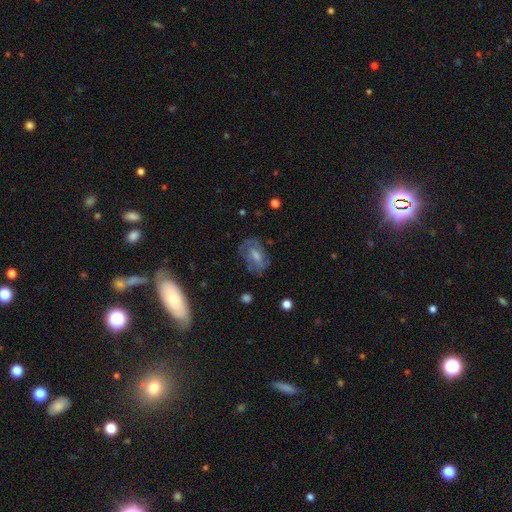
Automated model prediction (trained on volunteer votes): Morphology: type=featured or disk (54%); edge-on=no (94%); bar=no (45%); spiral arms=yes (66%); bulge=moderate (42%); merging=none (59%).